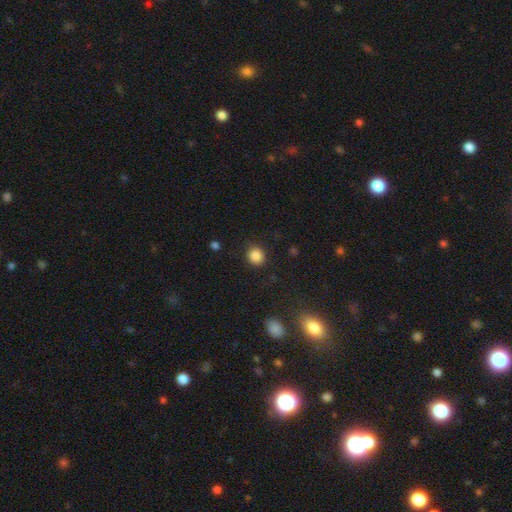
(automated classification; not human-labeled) Smooth or featured: smooth — 86% (star or artifact — 10%)
How rounded: round — 84% (in between — 15%)
Merging: none — 87% (minor disturbance — 8%)